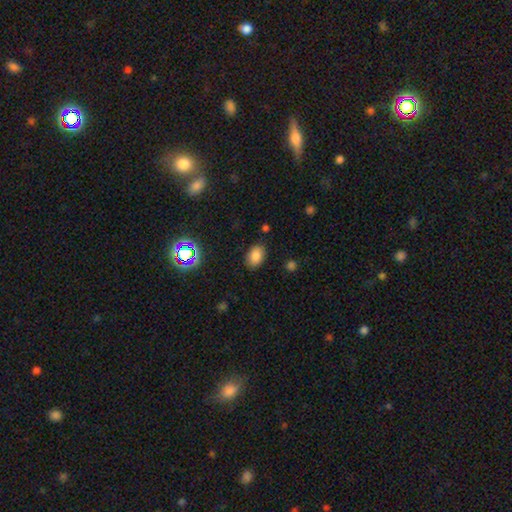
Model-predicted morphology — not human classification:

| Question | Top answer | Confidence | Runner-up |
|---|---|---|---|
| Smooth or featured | smooth | 82% | star or artifact (13%) |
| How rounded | in between | 83% | round (16%) |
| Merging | none | 84% | minor disturbance (12%) |